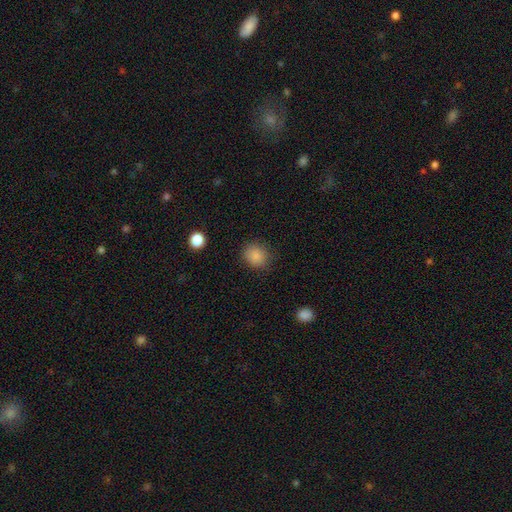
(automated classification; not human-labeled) A smooth galaxy with no disk features (86%) that is round (77%).

Vote fractions:
- Smooth or featured? smooth: 86% / star or artifact: 10% / featured or disk: 4%
- How rounded? round: 77% / in between: 22% / cigar-shaped: 1%
- Merging? none: 85% / minor disturbance: 11% / major disturbance: 3% / merger: 1%